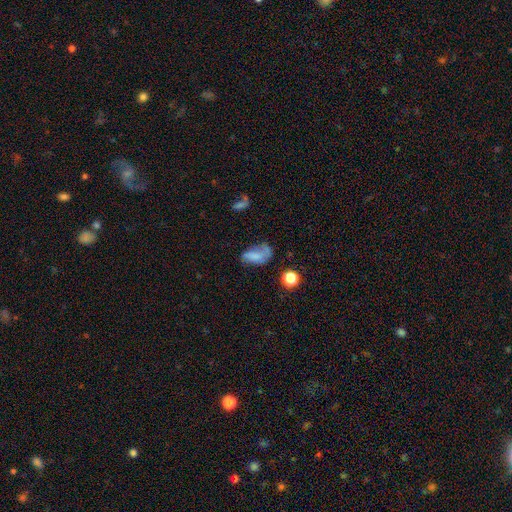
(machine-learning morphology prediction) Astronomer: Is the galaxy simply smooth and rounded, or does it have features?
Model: smooth — 57%.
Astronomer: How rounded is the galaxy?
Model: in between — 88%.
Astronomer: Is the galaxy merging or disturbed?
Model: none — 35% (runner-up: minor disturbance, 30%).